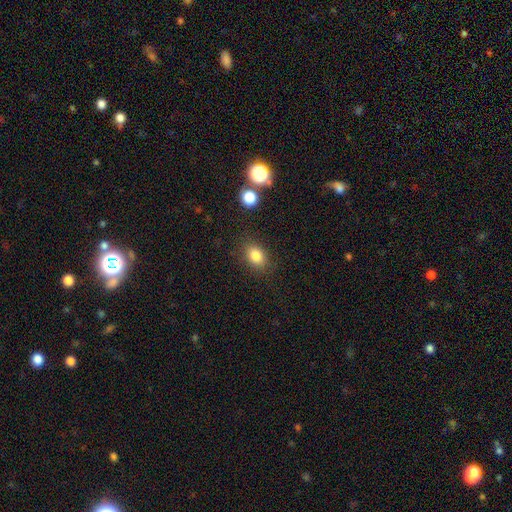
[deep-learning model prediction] This appears to be a smooth galaxy with no disk features (83%) that is in between round and cigar-shaped (73%). Merging: none (83%).